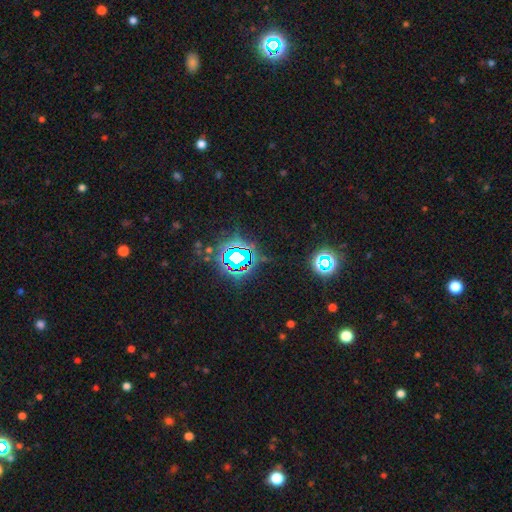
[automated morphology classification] type=star or artifact (80%).